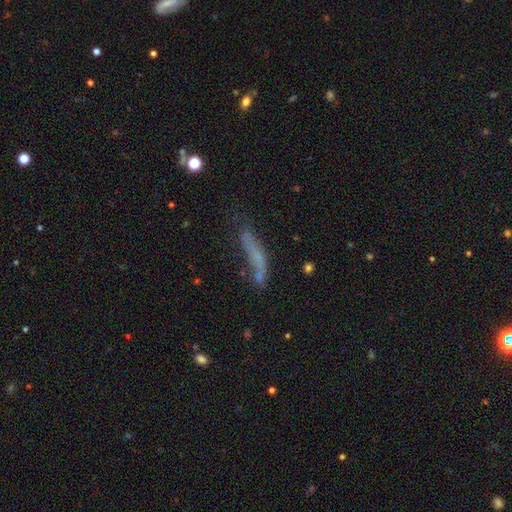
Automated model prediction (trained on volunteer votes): smooth 51%, featured or disk 34%, star or artifact 15%. Down the decision tree: how rounded — cigar-shaped (81%); merging — none (44%).